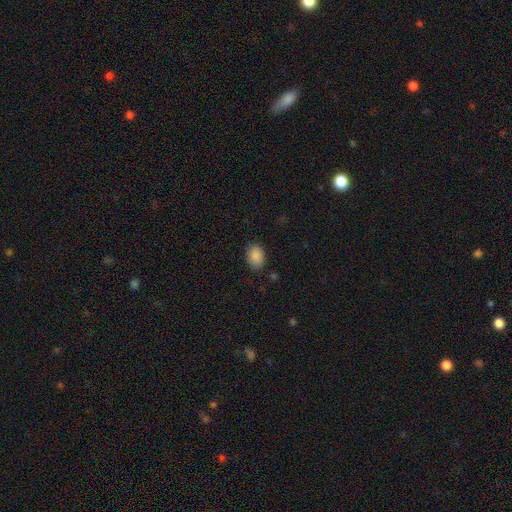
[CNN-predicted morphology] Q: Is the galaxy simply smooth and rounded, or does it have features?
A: smooth — 89%.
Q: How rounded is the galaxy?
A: in between — 84%.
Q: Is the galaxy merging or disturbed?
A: none — 83%.